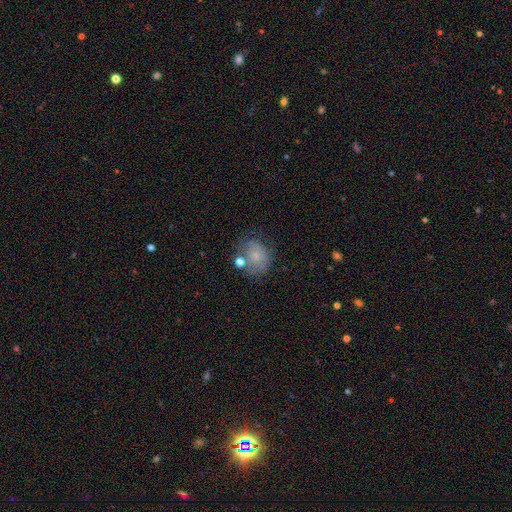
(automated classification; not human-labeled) Smooth or featured? Predicted: smooth (p=0.69). How rounded? Predicted: round (p=0.56). Merging? Predicted: none (p=0.52).